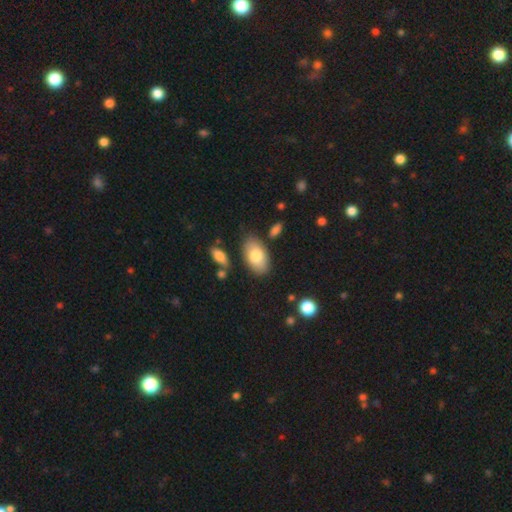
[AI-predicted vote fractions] The model was most divided on "smooth or featured": smooth: 77%, featured or disk: 17%, star or artifact: 6%. More confident: how rounded — in between (94%); merging — none (79%).